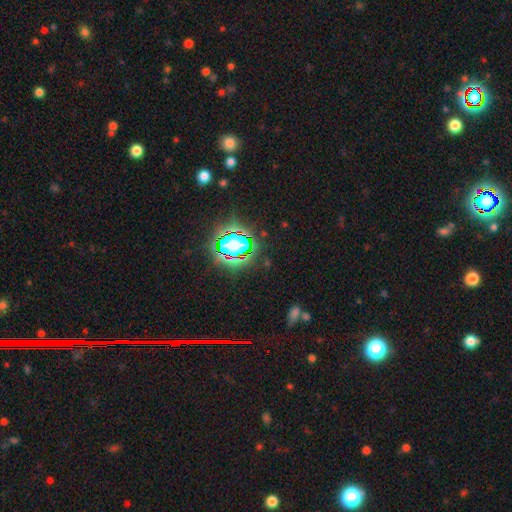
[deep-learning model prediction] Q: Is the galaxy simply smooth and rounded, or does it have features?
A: star or artifact — 80%.